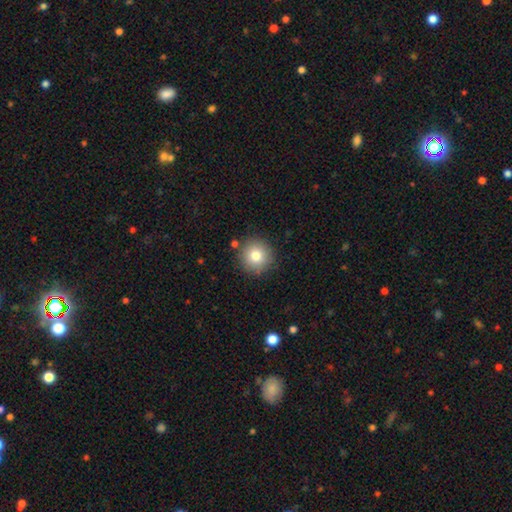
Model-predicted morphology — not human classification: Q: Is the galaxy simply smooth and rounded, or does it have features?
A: smooth — 80%.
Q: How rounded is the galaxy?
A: round — 94%.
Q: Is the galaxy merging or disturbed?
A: none — 87%.